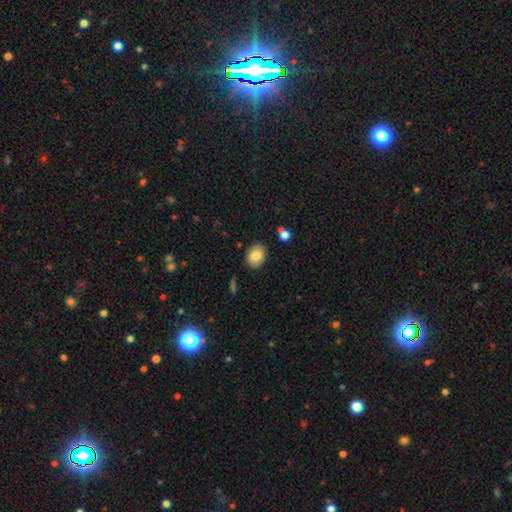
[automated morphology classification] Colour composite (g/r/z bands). It shows a smooth galaxy with no disk features (83%) that is in between round and cigar-shaped (65%). Merging: none (86%).